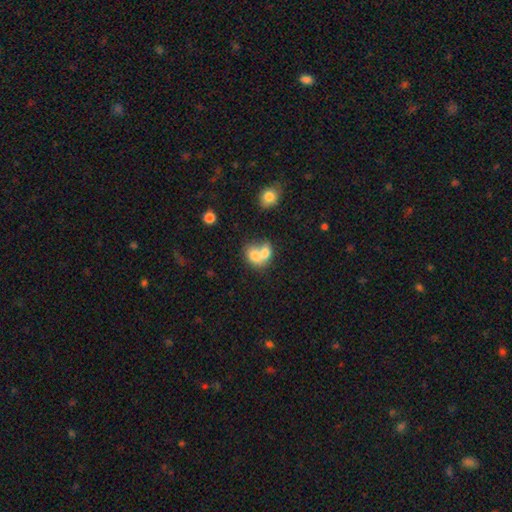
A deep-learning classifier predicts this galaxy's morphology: This is likely a smooth galaxy (73%). How rounded: possibly in between (56%). Merging: likely merger (72%).